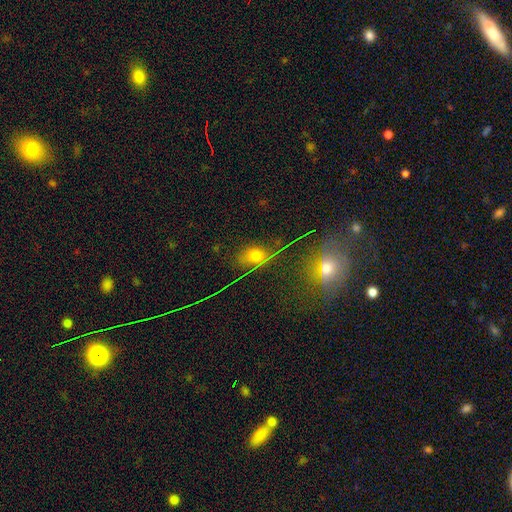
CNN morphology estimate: Smooth or featured? Predicted: smooth (p=0.58). How rounded? Predicted: in between (p=0.66). Merging? Predicted: none (p=0.70).